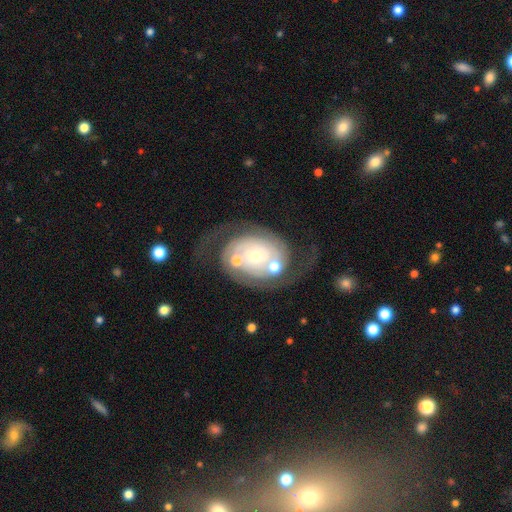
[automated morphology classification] type=featured or disk (86%); edge-on=no (97%); bar=no (76%); spiral arms=yes (95%); winding=tight (54%); arm count=2 (77%); bulge=small (65%); merging=none (55%).